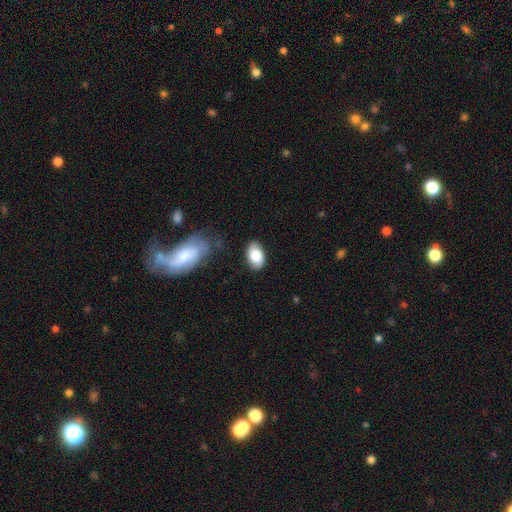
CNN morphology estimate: The model was most divided on "merging": none: 79%, minor disturbance: 15%, major disturbance: 3%, merger: 3%. More confident: how rounded — in between (92%); smooth or featured — smooth (82%).